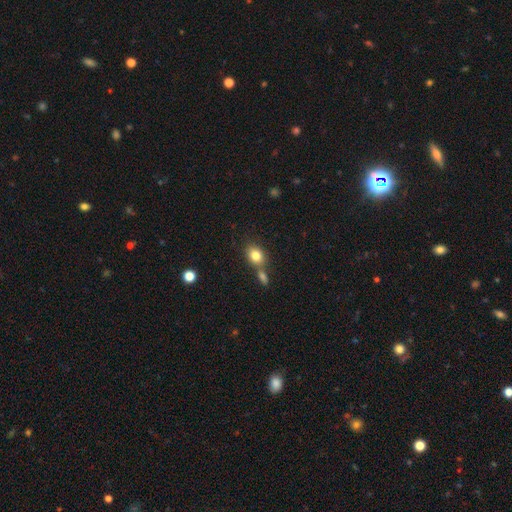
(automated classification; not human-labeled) Morphology: type=smooth (82%); roundness=in between (55%); merging=none (57%).